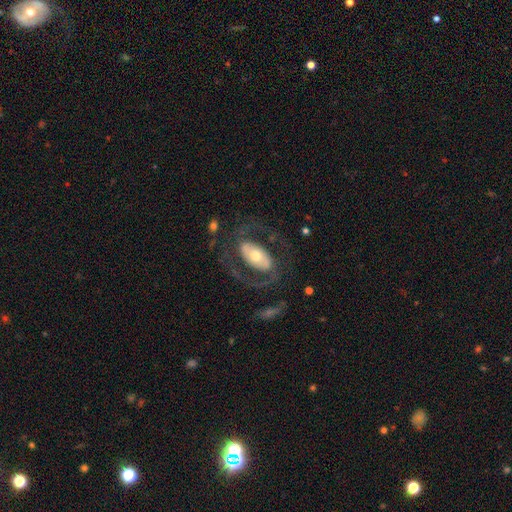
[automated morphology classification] Smooth or featured? Predicted: featured or disk (p=0.74). Edge-on disk? Predicted: no (p=0.93). Bar? Predicted: no (p=0.43). Spiral arms? Predicted: yes (p=0.76). Spiral winding? Predicted: medium (p=0.50). Spiral arm count? Predicted: 2 (p=0.84). Bulge size? Predicted: moderate (p=0.61). Merging? Predicted: none (p=0.67).